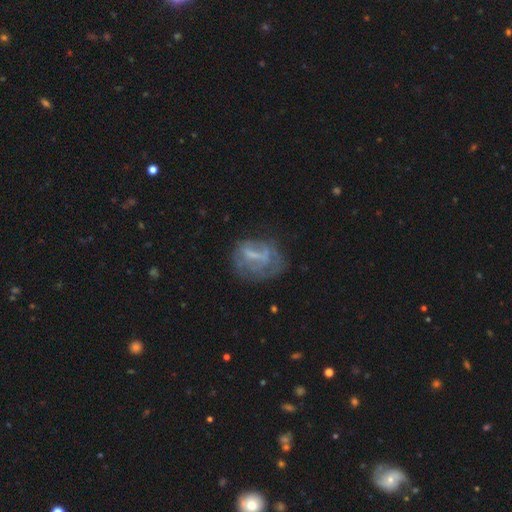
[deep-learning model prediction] Morphology: type=featured or disk (57%); edge-on=no (95%); bar=weak (41%); spiral arms=no (56%); bulge=none (45%); merging=none (50%).